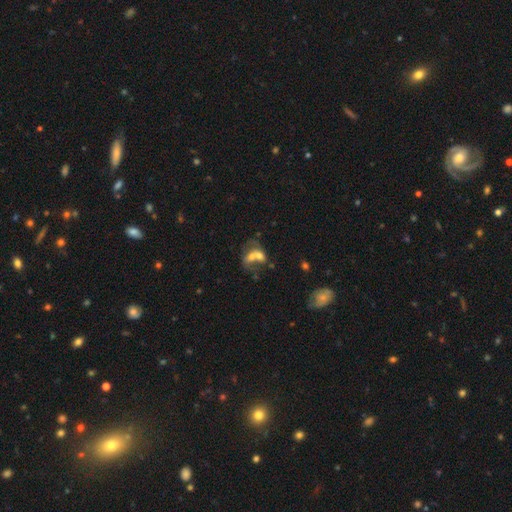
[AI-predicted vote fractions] A smooth galaxy with no disk features (48%).

Vote fractions:
- Smooth or featured? smooth: 48% / featured or disk: 40% / star or artifact: 13%
- Merging? merger: 71% / none: 14% / major disturbance: 9% / minor disturbance: 7%